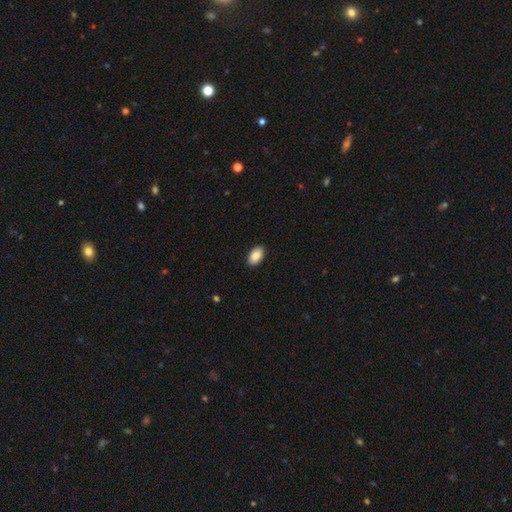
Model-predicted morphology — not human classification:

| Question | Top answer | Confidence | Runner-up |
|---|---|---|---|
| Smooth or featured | smooth | 85% | featured or disk (8%) |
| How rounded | in between | 92% | round (6%) |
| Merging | none | 90% | minor disturbance (7%) |